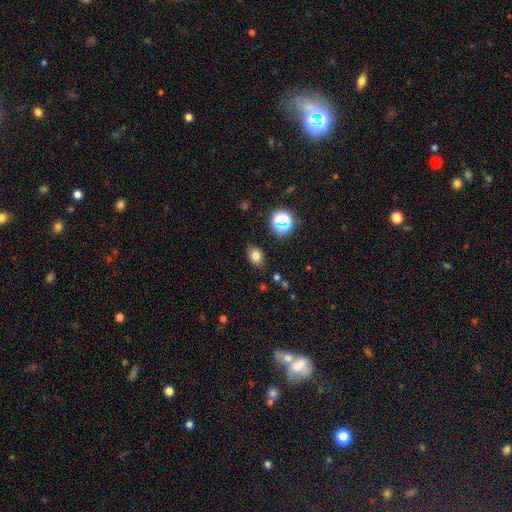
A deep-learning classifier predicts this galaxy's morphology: The model was most divided on "how rounded": in between: 74%, round: 25%, cigar-shaped: 1%. More confident: merging — none (81%); smooth or featured — smooth (76%).